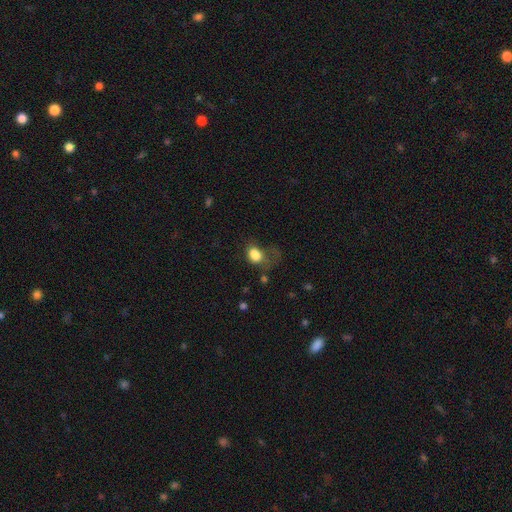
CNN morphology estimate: Smooth or featured? Predicted: smooth (p=0.80). How rounded? Predicted: in between (p=0.64). Merging? Predicted: major disturbance (p=0.44).